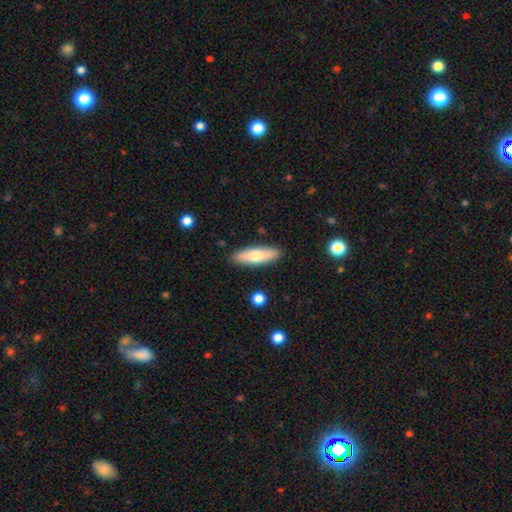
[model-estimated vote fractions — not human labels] The model was most divided on "how rounded": cigar-shaped: 54%, in between: 44%, round: 2%. More confident: merging — none (88%); smooth or featured — smooth (68%).